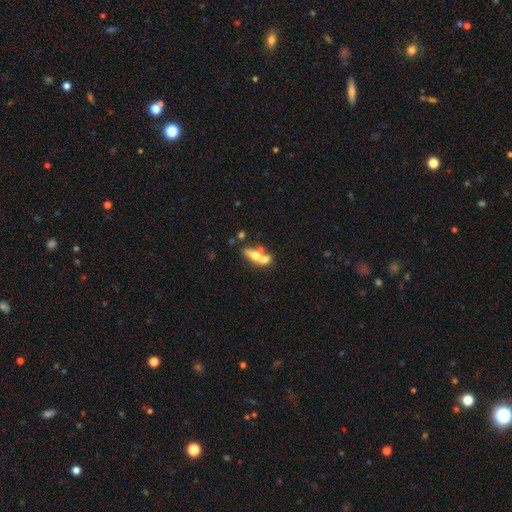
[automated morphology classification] This is possibly a smooth galaxy (55%). How rounded: likely in between (67%). Merging: possibly merger (57%).